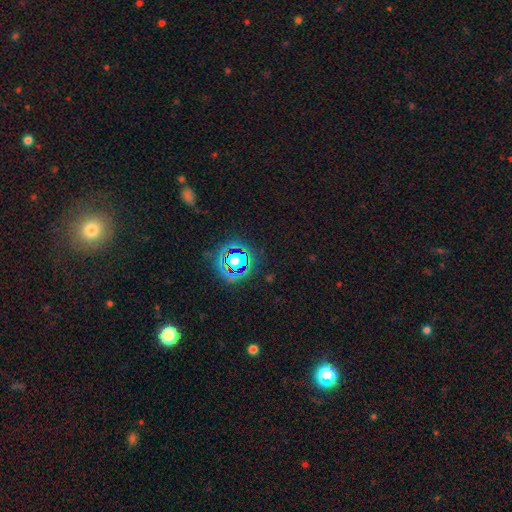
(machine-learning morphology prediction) This is likely a star or artifact rather than a galaxy (75%).